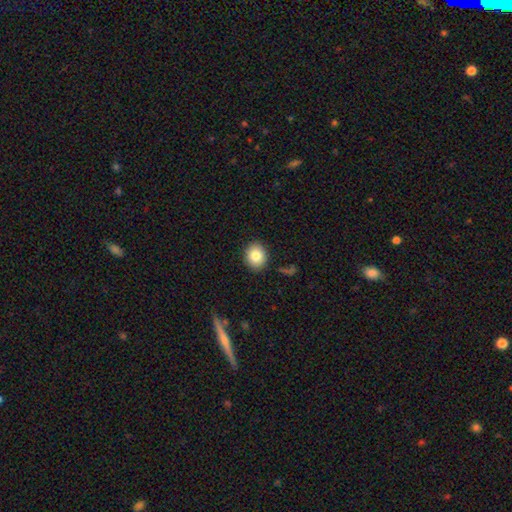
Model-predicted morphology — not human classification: Smooth or featured: smooth — 83% (star or artifact — 9%)
How rounded: round — 69% (in between — 30%)
Merging: none — 89% (minor disturbance — 8%)